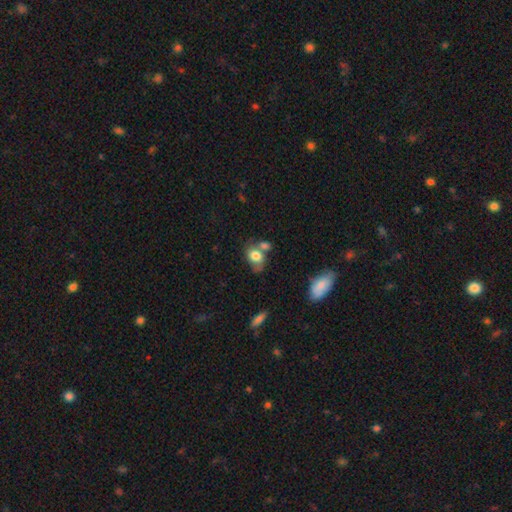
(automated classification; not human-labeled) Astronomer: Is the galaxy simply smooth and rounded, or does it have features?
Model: smooth — 73%.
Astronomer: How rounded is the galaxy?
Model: in between — 69%.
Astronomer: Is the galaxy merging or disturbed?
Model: none — 39% (runner-up: merger, 33%).